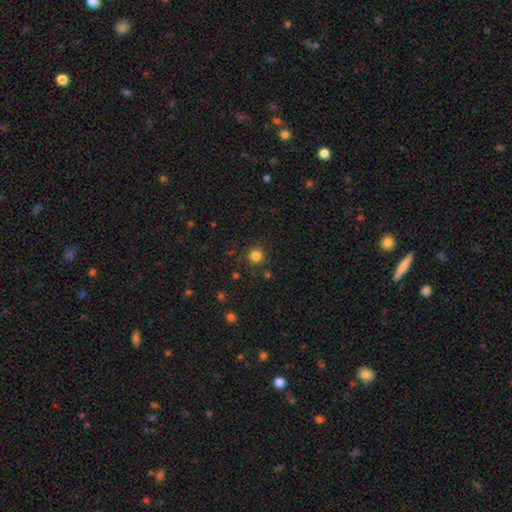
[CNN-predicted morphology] This is clearly a smooth galaxy (83%). How rounded: clearly round (94%). Merging: clearly none (89%).